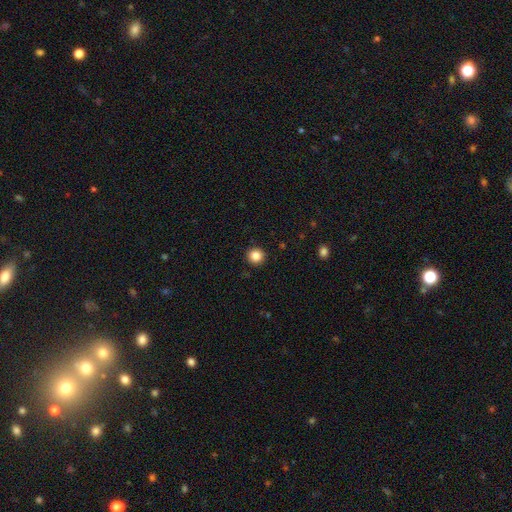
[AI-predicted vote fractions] A smooth galaxy with no disk features (85%) that is round (95%). Merging: none (93%).